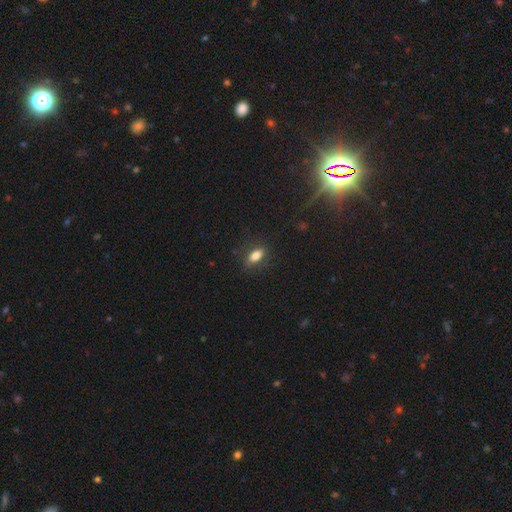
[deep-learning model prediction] A smooth galaxy with no disk features (79%) that is in between round and cigar-shaped (81%). Merging: none (81%).